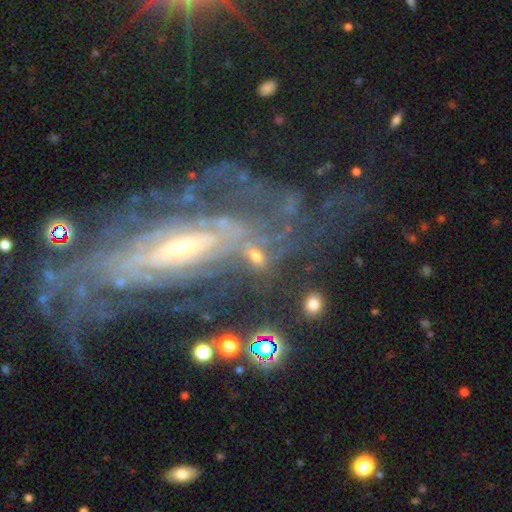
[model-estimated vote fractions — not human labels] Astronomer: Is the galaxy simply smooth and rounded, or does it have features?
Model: featured or disk — 46% (runner-up: star or artifact, 29%).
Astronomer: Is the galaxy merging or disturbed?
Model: none — 52%.